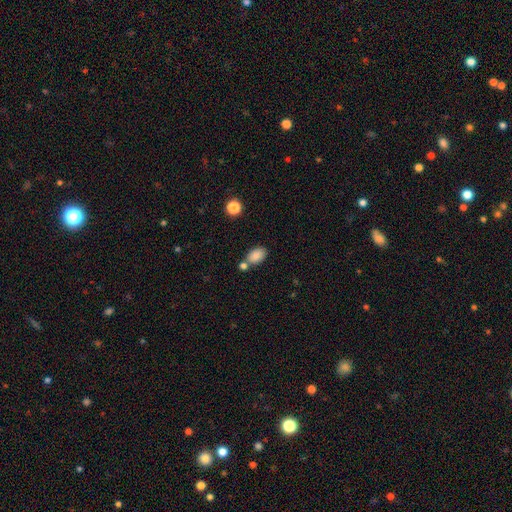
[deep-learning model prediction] This is clearly a smooth galaxy (85%). How rounded: clearly in between (89%). Merging: likely none (63%).